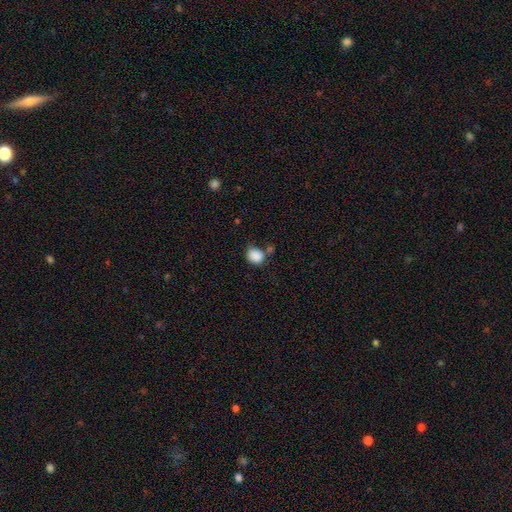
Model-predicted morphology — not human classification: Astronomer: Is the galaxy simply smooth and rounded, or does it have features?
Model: smooth — 87%.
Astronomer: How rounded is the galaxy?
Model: round — 64%.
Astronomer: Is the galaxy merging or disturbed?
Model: none — 63%.